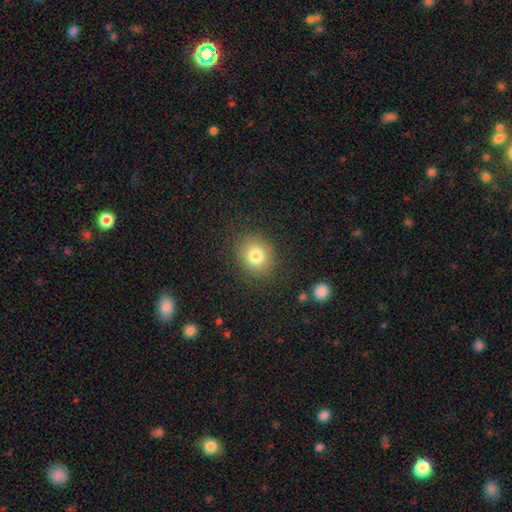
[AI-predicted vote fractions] Smooth or featured? Predicted: smooth (p=0.80). How rounded? Predicted: round (p=0.78). Merging? Predicted: none (p=0.86).